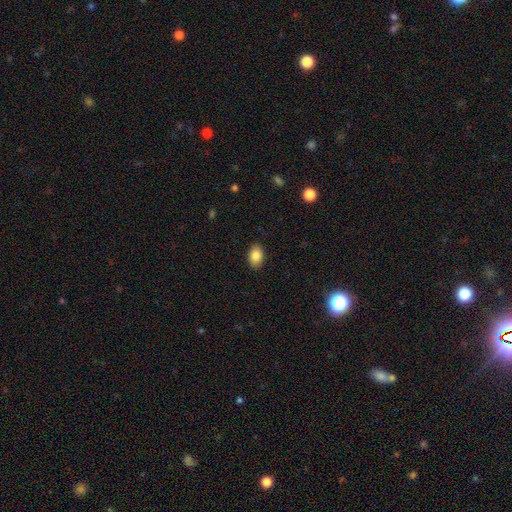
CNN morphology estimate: Q: Smooth or featured?
A: smooth (85%); runner-up: star or artifact (8%)
Q: How rounded?
A: in between (87%); runner-up: round (12%)
Q: Merging?
A: none (89%); runner-up: minor disturbance (8%)